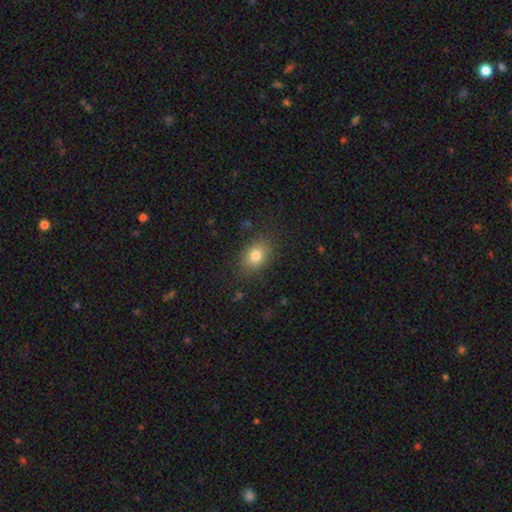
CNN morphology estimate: Smooth or featured?
  - smooth: 80% *
  - star or artifact: 10%
  - featured or disk: 10%
How rounded?
  - in between: 69% *
  - round: 29%
  - cigar-shaped: 1%
Merging?
  - none: 83% *
  - minor disturbance: 11%
  - major disturbance: 4%
  - merger: 1%